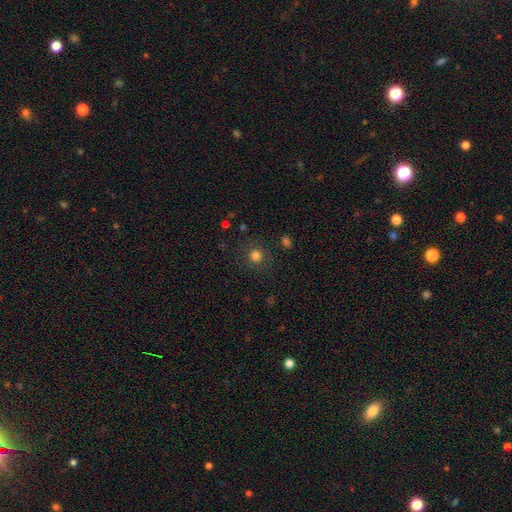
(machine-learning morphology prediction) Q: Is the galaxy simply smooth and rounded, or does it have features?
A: smooth — 78%.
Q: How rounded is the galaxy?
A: round — 91%.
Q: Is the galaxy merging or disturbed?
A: none — 85%.